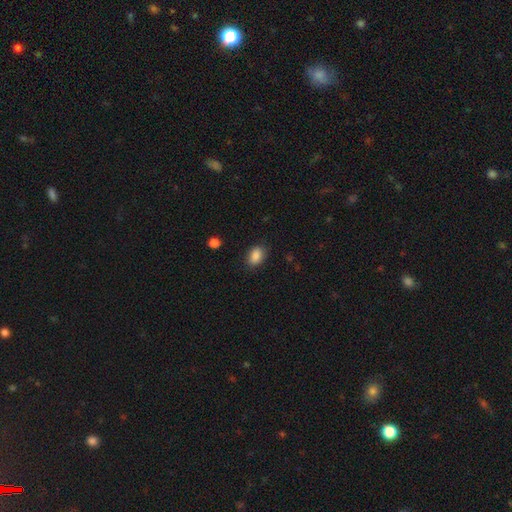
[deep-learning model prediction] Morphology: type=smooth (87%); roundness=in between (81%); merging=none (83%).